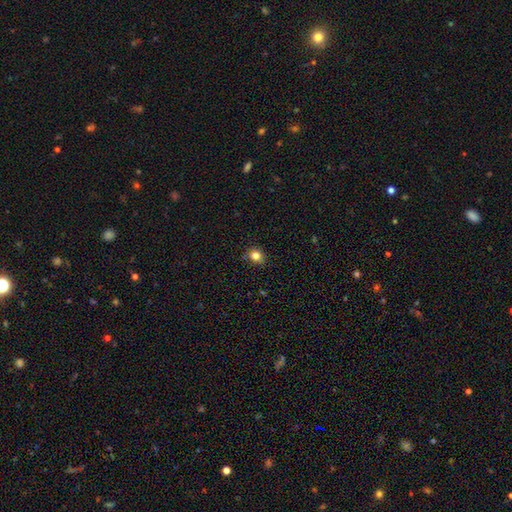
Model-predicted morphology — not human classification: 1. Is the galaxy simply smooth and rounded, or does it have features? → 81% smooth, 13% star or artifact, 6% featured or disk.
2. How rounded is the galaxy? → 72% round, 28% in between, 1% cigar-shaped.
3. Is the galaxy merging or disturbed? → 85% none, 11% minor disturbance, 2% major disturbance, 1% merger.